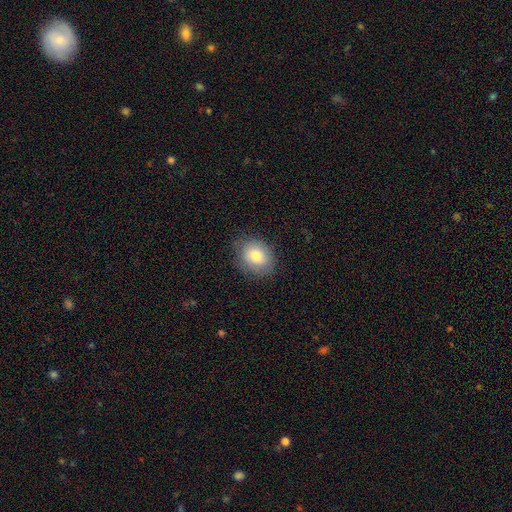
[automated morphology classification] smooth_or_featured: smooth (p=0.80) [alt: featured or disk p=0.12]
how_rounded: round (p=0.52) [alt: in between p=0.47]
merging: none (p=0.81) [alt: minor disturbance p=0.15]